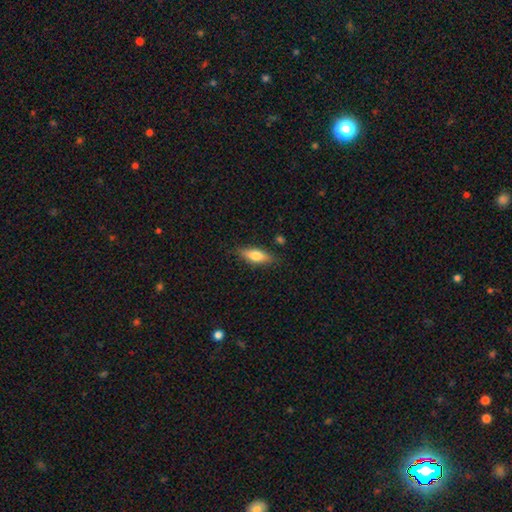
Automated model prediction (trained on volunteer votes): Smooth or featured? Predicted: smooth (p=0.69). How rounded? Predicted: in between (p=0.63). Merging? Predicted: none (p=0.82).